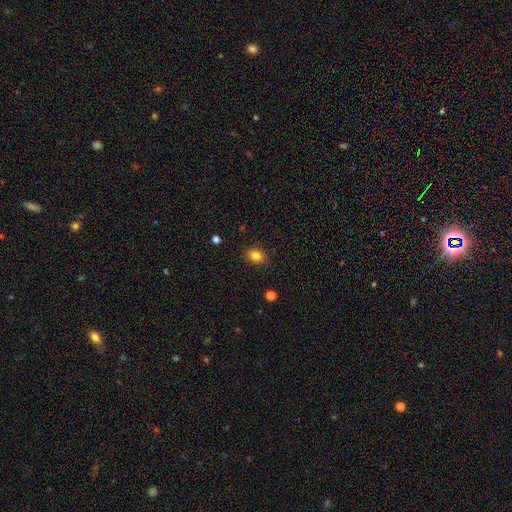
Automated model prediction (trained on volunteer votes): A smooth galaxy with no disk features (83%) that is in between round and cigar-shaped (58%).

Vote fractions:
- Smooth or featured? smooth: 83% / star or artifact: 11% / featured or disk: 6%
- How rounded? in between: 58% / round: 41% / cigar-shaped: 1%
- Merging? none: 85% / minor disturbance: 11% / major disturbance: 2% / merger: 1%